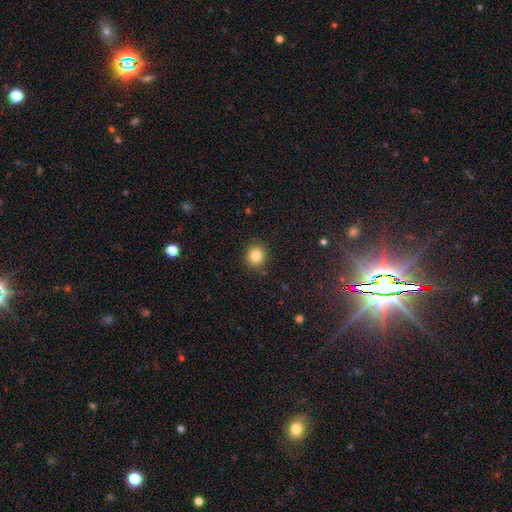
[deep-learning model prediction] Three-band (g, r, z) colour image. It shows a smooth galaxy with no disk features (83%) that is round (86%). Merging: none (90%).